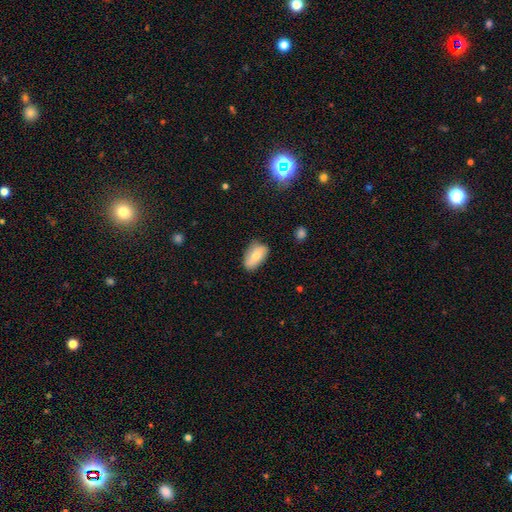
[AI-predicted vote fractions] smooth 73%, featured or disk 20%, star or artifact 7%. Down the decision tree: how rounded — in between (92%); merging — none (72%).